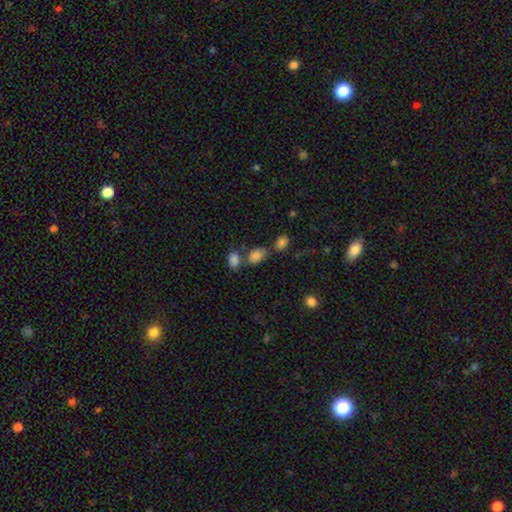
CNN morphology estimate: A smooth galaxy with no disk features (78%) that is in between round and cigar-shaped (78%). Merging: none (52%).